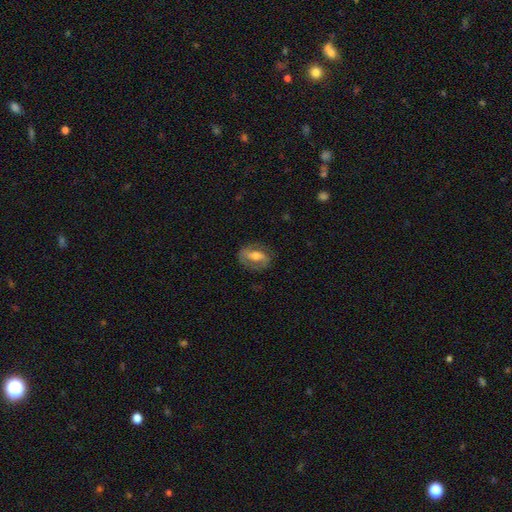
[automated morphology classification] smooth-or-featured: featured or disk: 65% | smooth: 28% | star or artifact: 6%
  disk-edge-on: no: 92% | yes: 8%
    bar: strong: 41% | weak: 35% | no: 24%
    has-spiral-arms: yes: 75% | no: 25%
    bulge-size: moderate: 62% | small: 20% | large: 14% | none: 2% | dominant: 2%
  merging: none: 75% | minor disturbance: 16% | major disturbance: 8% | merger: 1%